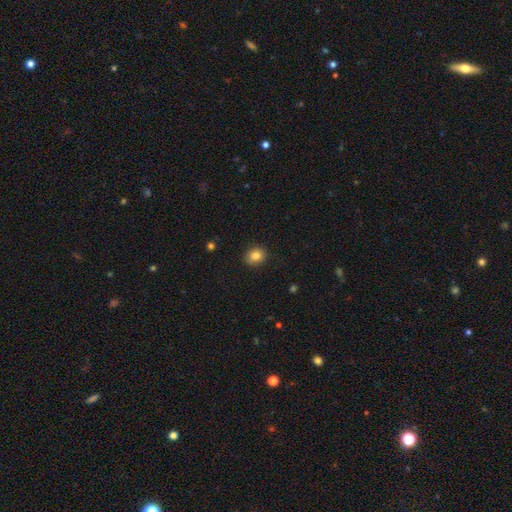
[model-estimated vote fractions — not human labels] A smooth galaxy with no disk features (83%) that is round (67%).

Vote fractions:
- Smooth or featured? smooth: 83% / star or artifact: 10% / featured or disk: 7%
- How rounded? round: 67% / in between: 32% / cigar-shaped: 1%
- Merging? none: 88% / minor disturbance: 9% / major disturbance: 2% / merger: 1%